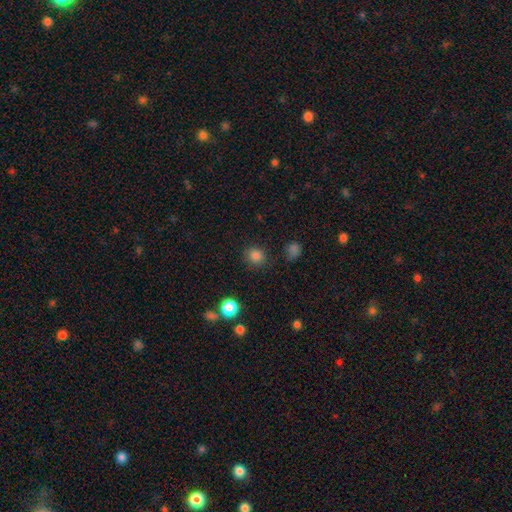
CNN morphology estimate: Smooth or featured: smooth — 82% (star or artifact — 14%)
How rounded: round — 88% (in between — 11%)
Merging: none — 87% (minor disturbance — 8%)